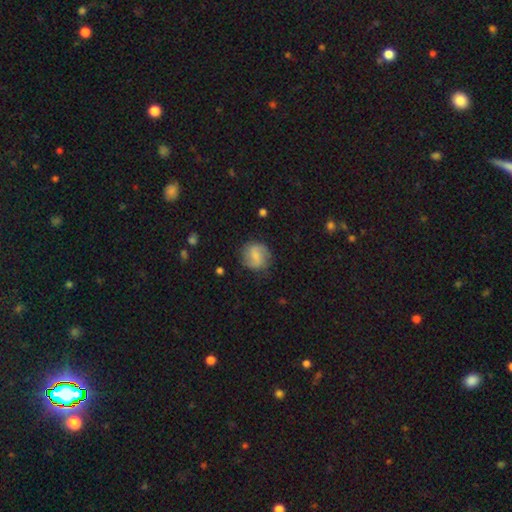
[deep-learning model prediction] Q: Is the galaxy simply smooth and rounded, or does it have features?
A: smooth — 59%.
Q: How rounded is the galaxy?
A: round — 86%.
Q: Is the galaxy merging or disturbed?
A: none — 80%.